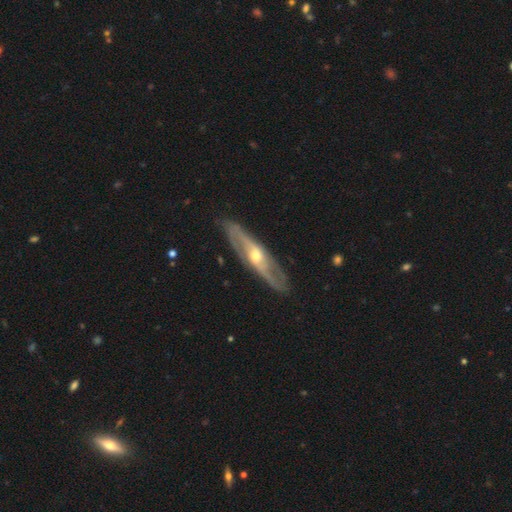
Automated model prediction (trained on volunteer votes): smooth-or-featured: featured or disk: 78% | smooth: 17% | star or artifact: 5%
  disk-edge-on: no: 63% | yes: 37%
  merging: none: 84% | minor disturbance: 11% | major disturbance: 3% | merger: 1%